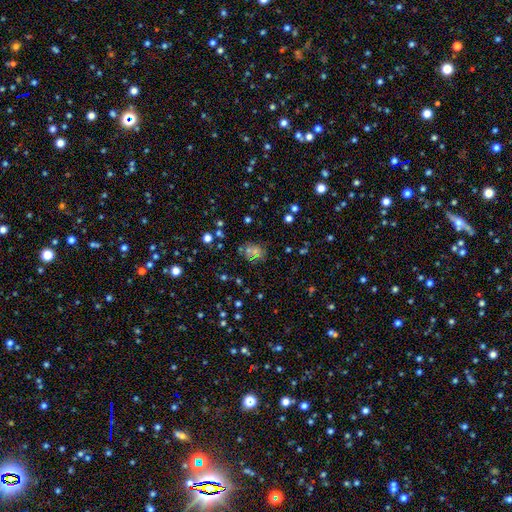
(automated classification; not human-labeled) smooth_or_featured: smooth (p=0.50) [alt: star or artifact p=0.32]
how_rounded: round (p=0.61) [alt: in between p=0.38]
merging: none (p=0.65) [alt: minor disturbance p=0.16]